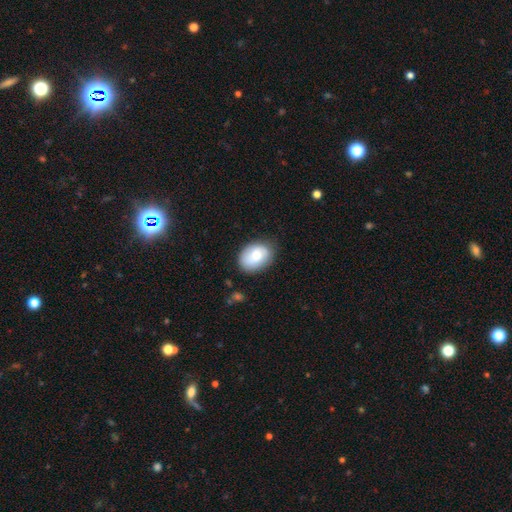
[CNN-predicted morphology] A smooth galaxy with no disk features (77%) that is in between round and cigar-shaped (76%).

Vote fractions:
- Smooth or featured? smooth: 77% / featured or disk: 16% / star or artifact: 7%
- How rounded? in between: 76% / round: 23% / cigar-shaped: 1%
- Merging? none: 78% / minor disturbance: 17% / major disturbance: 4% / merger: 2%